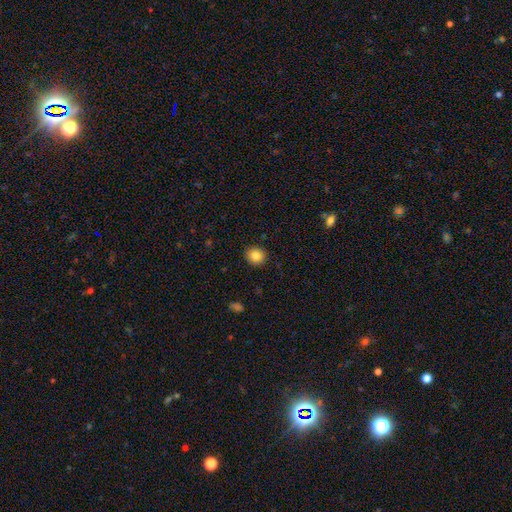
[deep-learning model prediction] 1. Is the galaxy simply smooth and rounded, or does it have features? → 85% smooth, 10% star or artifact, 5% featured or disk.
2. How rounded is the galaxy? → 80% round, 19% in between, 1% cigar-shaped.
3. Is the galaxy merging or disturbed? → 90% none, 7% minor disturbance, 2% major disturbance, 1% merger.